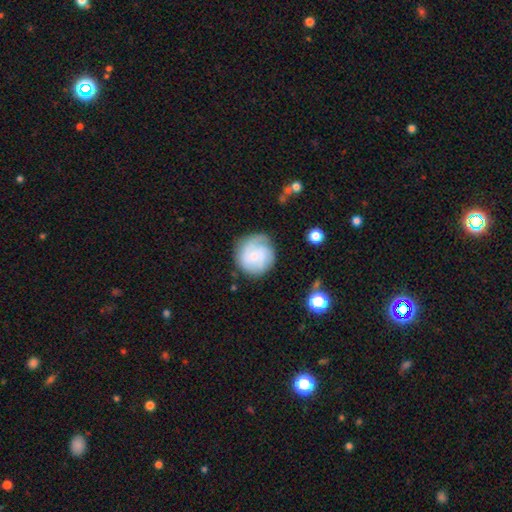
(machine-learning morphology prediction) A featured or disk galaxy (47%). Merging: none (68%).